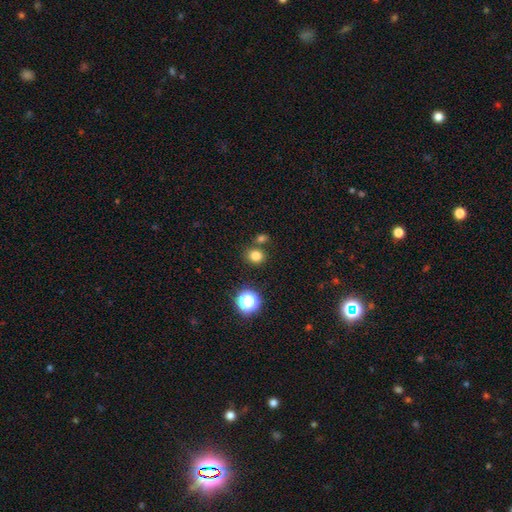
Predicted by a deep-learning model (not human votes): This appears to be a smooth galaxy with no disk features (79%) that is round (74%). Merging: none (76%).